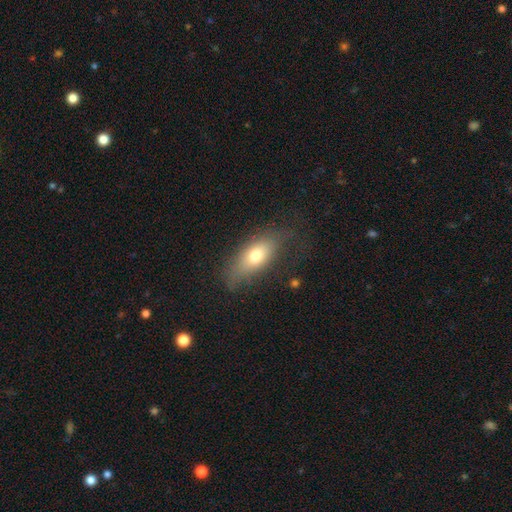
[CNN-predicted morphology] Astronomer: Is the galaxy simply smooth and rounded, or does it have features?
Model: smooth — 70%.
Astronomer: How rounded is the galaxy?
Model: in between — 79%.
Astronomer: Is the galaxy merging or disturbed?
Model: none — 67%.